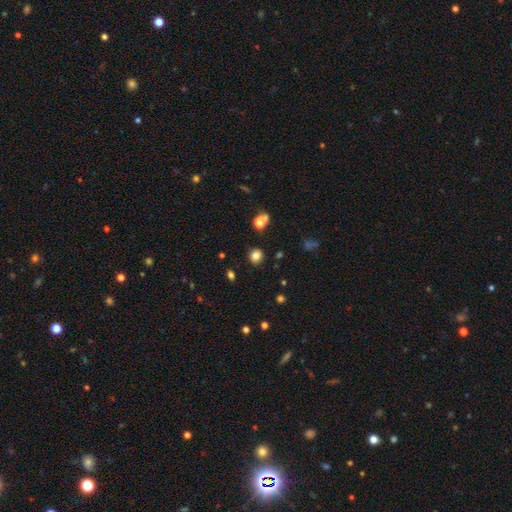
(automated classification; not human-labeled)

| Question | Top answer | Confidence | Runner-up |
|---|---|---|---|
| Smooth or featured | smooth | 81% | star or artifact (13%) |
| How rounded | round | 81% | in between (18%) |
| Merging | none | 86% | minor disturbance (8%) |